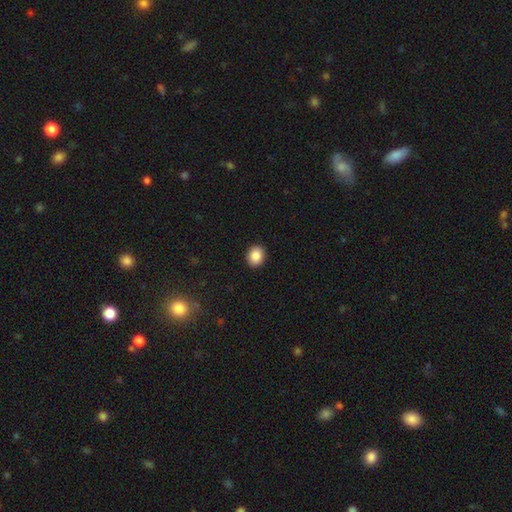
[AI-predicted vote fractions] This is clearly a smooth galaxy (87%). How rounded: possibly round (56%). Merging: clearly none (92%).